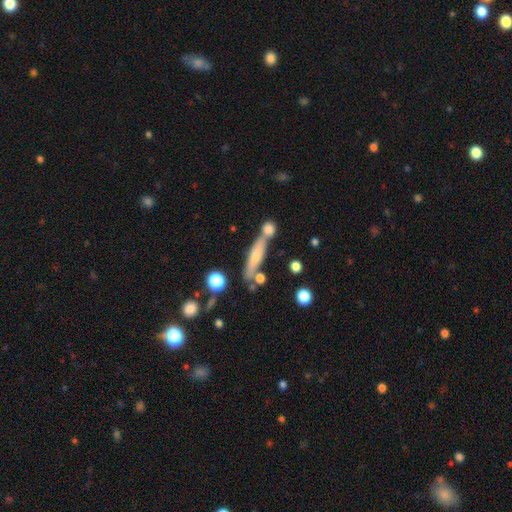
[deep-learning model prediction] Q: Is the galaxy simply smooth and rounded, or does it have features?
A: smooth — 48%.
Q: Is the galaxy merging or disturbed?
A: none — 63%.